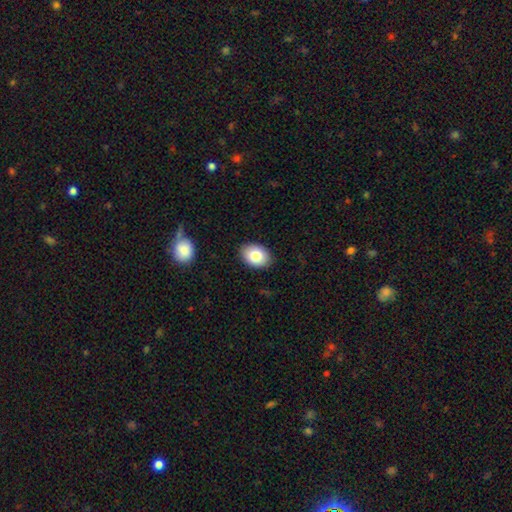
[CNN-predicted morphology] type=smooth (82%); roundness=in between (79%); merging=none (88%).